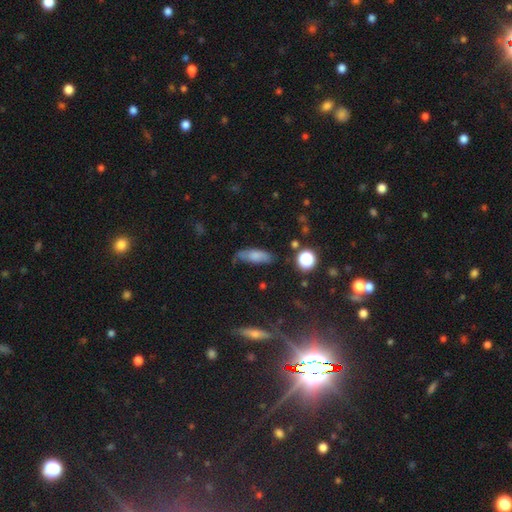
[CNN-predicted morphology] type=smooth (72%); roundness=in between (64%); merging=none (64%).